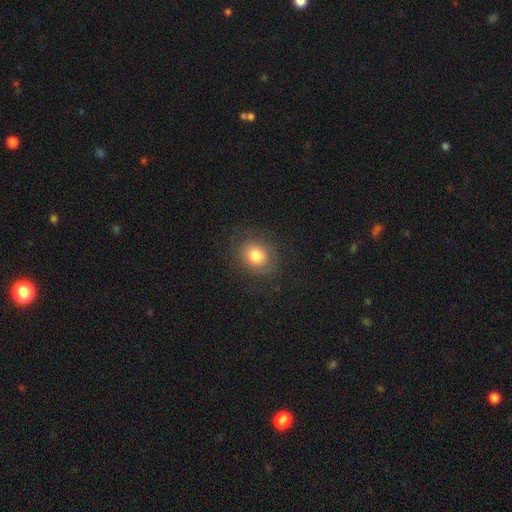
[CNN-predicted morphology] Smooth or featured? Predicted: smooth (p=0.75). How rounded? Predicted: round (p=0.65). Merging? Predicted: none (p=0.80).